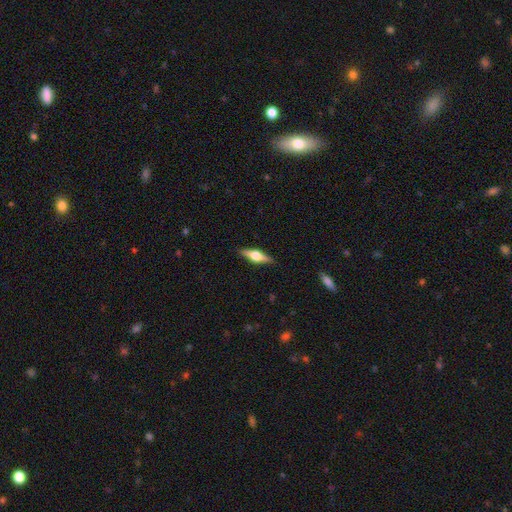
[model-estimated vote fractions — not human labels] Smooth or featured?
  - featured or disk: 65% *
  - smooth: 29%
  - star or artifact: 6%
Edge-on disk?
  - yes: 96% *
  - no: 4%
Edge-on bulge?
  - rounded: 93% *
  - boxy: 5%
  - none: 1%
Merging?
  - none: 89% *
  - minor disturbance: 8%
  - major disturbance: 2%
  - merger: 1%